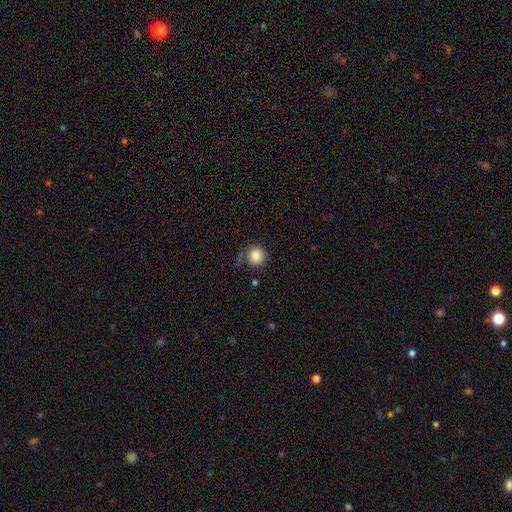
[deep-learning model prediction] Q: Smooth or featured?
A: smooth (85%); runner-up: star or artifact (9%)
Q: How rounded?
A: round (93%); runner-up: in between (6%)
Q: Merging?
A: none (77%); runner-up: minor disturbance (13%)